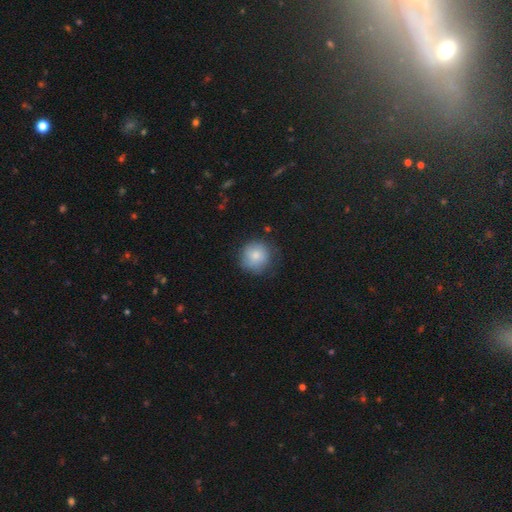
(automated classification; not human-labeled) A smooth galaxy with no disk features (81%) that is round (92%). Merging: none (73%).